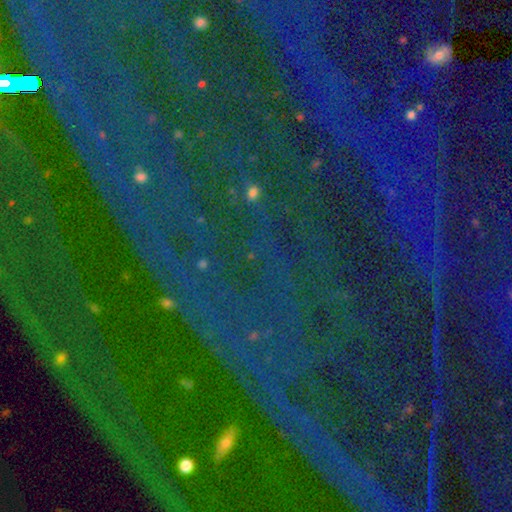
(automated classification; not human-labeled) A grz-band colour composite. It shows a star or artifact, not a galaxy (86%).